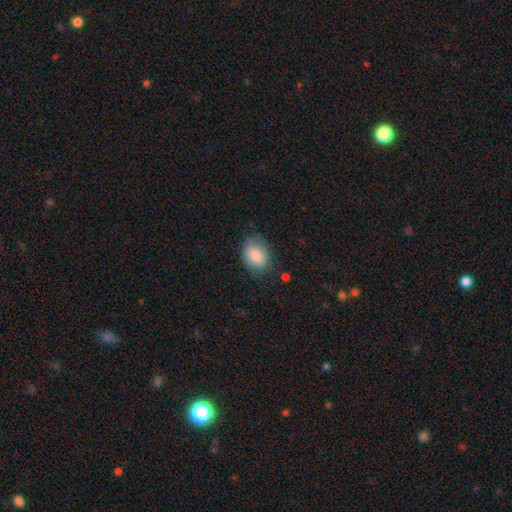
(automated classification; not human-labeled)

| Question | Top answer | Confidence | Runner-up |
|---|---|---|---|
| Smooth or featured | smooth | 83% | featured or disk (10%) |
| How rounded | in between | 77% | round (22%) |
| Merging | none | 72% | minor disturbance (21%) |